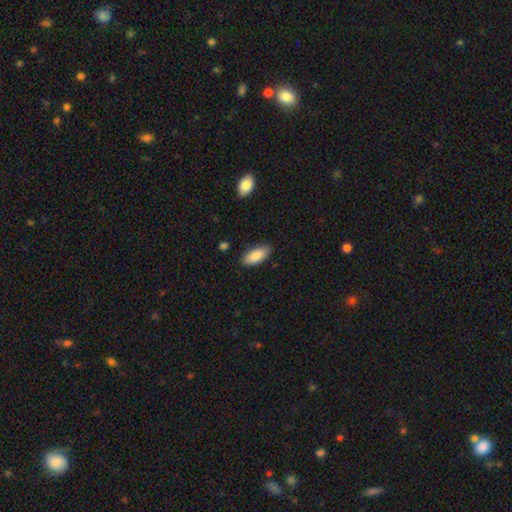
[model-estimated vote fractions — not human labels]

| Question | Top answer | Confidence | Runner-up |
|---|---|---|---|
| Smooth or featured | smooth | 87% | featured or disk (7%) |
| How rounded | in between | 86% | cigar-shaped (12%) |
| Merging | none | 84% | minor disturbance (12%) |